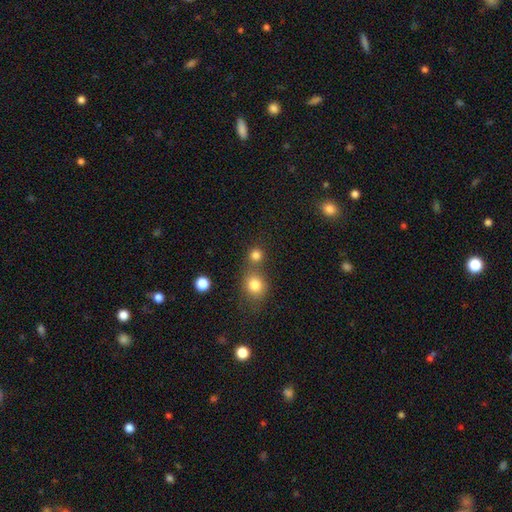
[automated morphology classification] smooth-or-featured: smooth: 78% | star or artifact: 15% | featured or disk: 7%
  how-rounded: round: 87% | in between: 12% | cigar-shaped: 1%
  merging: none: 55% | merger: 35% | minor disturbance: 7% | major disturbance: 3%